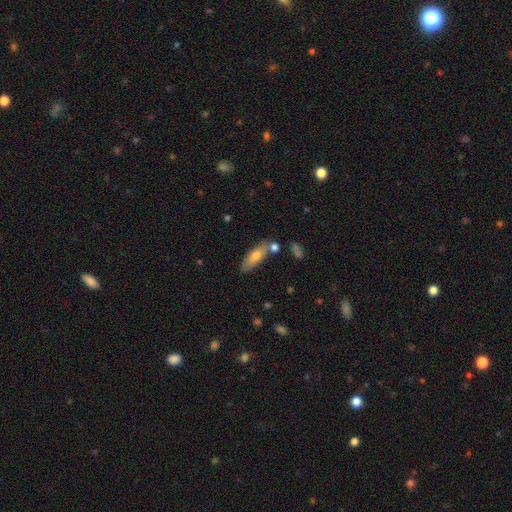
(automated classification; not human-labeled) Smooth or featured? Predicted: smooth (p=0.61). How rounded? Predicted: in between (p=0.52). Merging? Predicted: none (p=0.70).